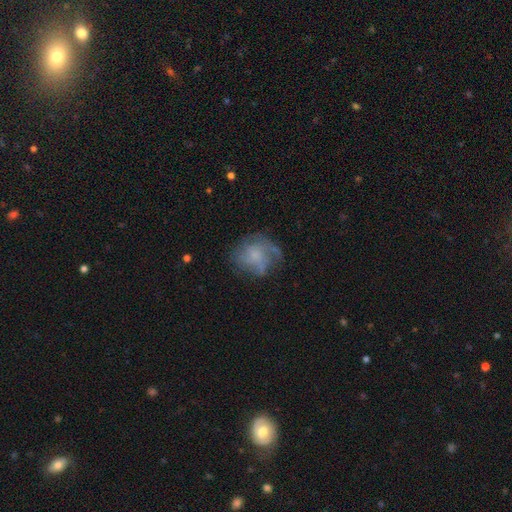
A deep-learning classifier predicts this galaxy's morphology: smooth_or_featured: featured or disk (p=0.50) [alt: smooth p=0.39]
disk_edge_on: no (p=0.98) [alt: yes p=0.02]
merging: none (p=0.54) [alt: minor disturbance p=0.23]